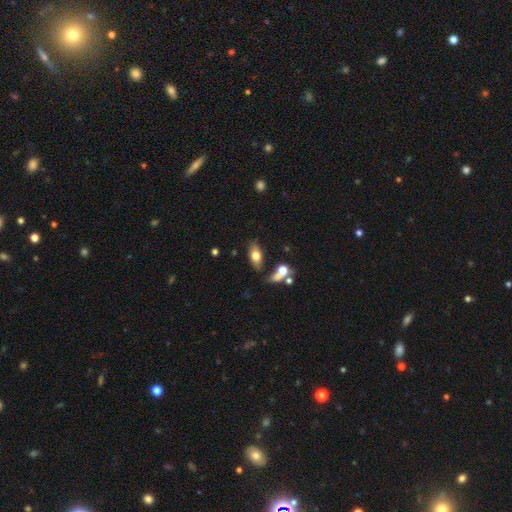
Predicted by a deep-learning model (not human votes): smooth-or-featured: smooth: 69% | featured or disk: 23% | star or artifact: 8%
  how-rounded: in between: 85% | cigar-shaped: 10% | round: 5%
  merging: none: 70% | minor disturbance: 14% | merger: 12% | major disturbance: 5%